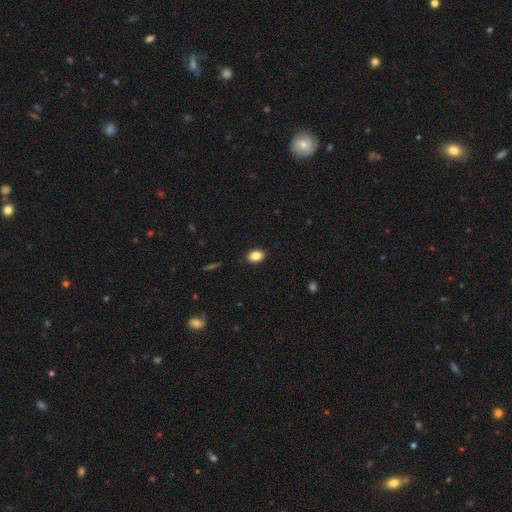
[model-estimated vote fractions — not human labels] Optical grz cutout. It shows a smooth galaxy with no disk features (84%) that is in between round and cigar-shaped (73%). Merging: none (89%).